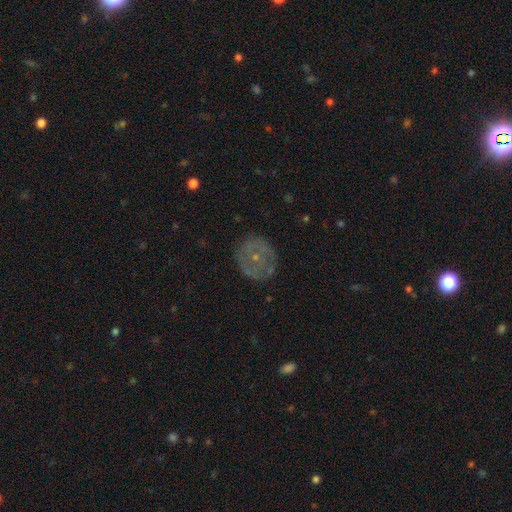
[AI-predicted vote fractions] Smooth or featured? featured or disk (54%)
Edge-on disk? no (97%)
Bar? no (84%)
Spiral arms? no (57%)
Bulge size? small (72%)
Merging? none (76%)